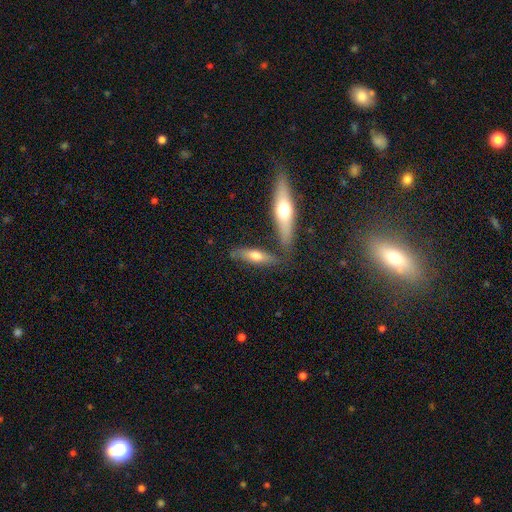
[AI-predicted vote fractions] The model was most divided on "smooth or featured": smooth: 54%, featured or disk: 40%, star or artifact: 6%. More confident: merging — none (66%); how rounded — cigar-shaped (62%).